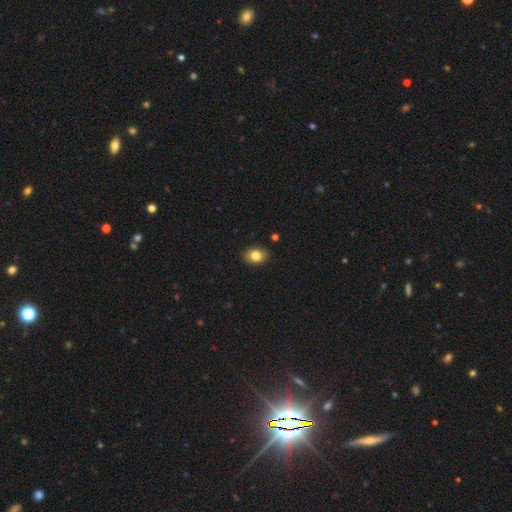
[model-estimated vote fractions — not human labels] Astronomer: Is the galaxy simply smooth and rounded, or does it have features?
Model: smooth — 82%.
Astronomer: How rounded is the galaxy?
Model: in between — 71%.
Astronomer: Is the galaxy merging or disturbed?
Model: none — 89%.